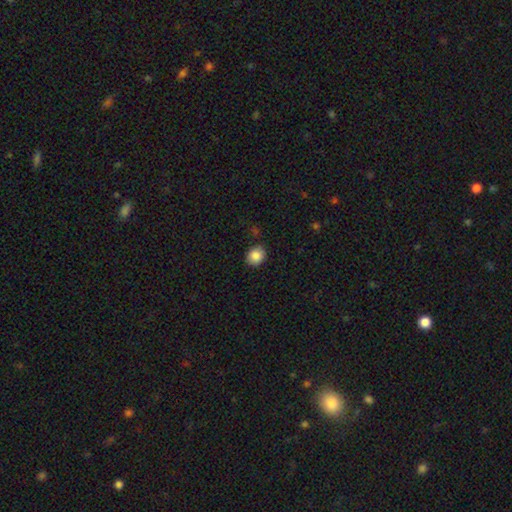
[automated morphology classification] A smooth galaxy with no disk features (87%) that is round (64%).

Vote fractions:
- Smooth or featured? smooth: 87% / star or artifact: 9% / featured or disk: 5%
- How rounded? round: 64% / in between: 35% / cigar-shaped: 1%
- Merging? none: 84% / minor disturbance: 12% / major disturbance: 3% / merger: 2%